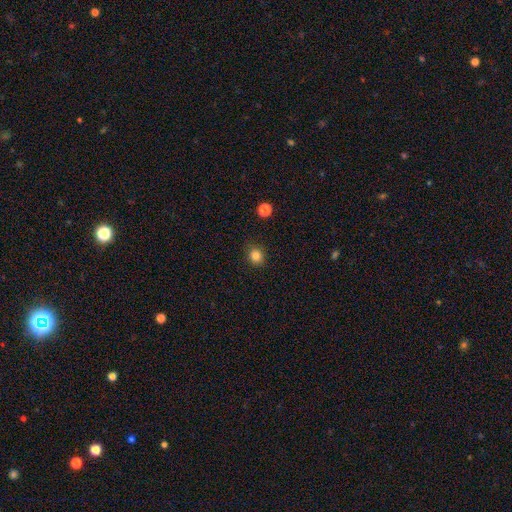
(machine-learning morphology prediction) smooth 83%, star or artifact 12%, featured or disk 4%. Down the decision tree: how rounded — round (75%); merging — none (86%).